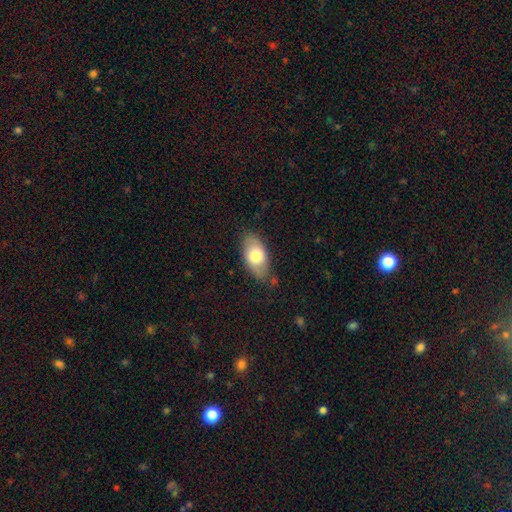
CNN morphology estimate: The model was most divided on "smooth or featured": smooth: 72%, featured or disk: 21%, star or artifact: 6%. More confident: how rounded — in between (92%); merging — none (77%).